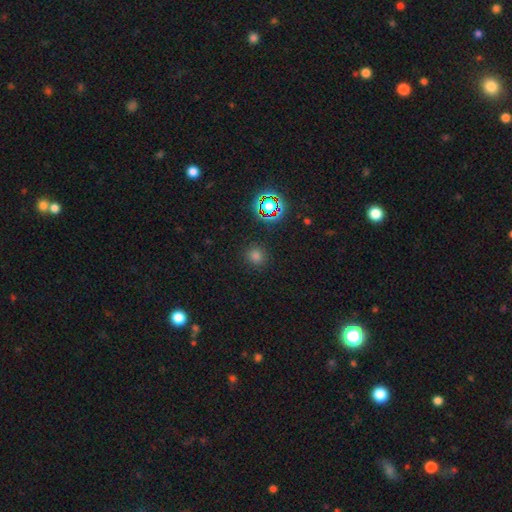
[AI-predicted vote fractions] Smooth or featured?
  - smooth: 71% *
  - star or artifact: 24%
  - featured or disk: 5%
How rounded?
  - round: 90% *
  - in between: 9%
  - cigar-shaped: 1%
Merging?
  - none: 89% *
  - minor disturbance: 7%
  - major disturbance: 3%
  - merger: 1%